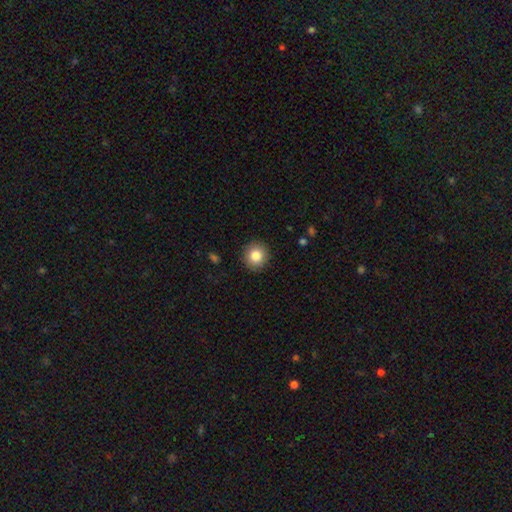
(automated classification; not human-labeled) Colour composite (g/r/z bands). It shows a smooth galaxy with no disk features (84%) that is round (92%). Merging: none (91%).